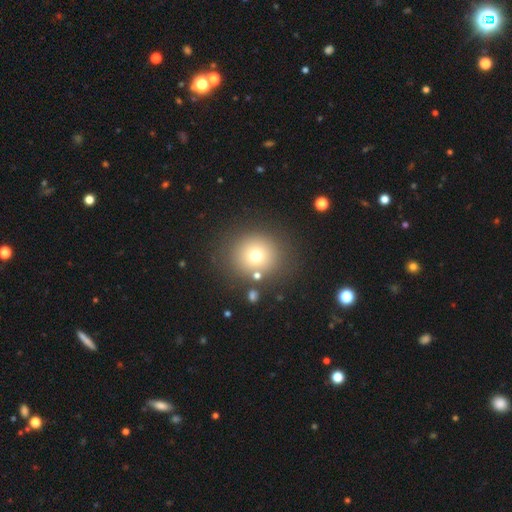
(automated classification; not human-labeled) Smooth or featured? Predicted: smooth (p=0.70). How rounded? Predicted: round (p=0.89). Merging? Predicted: none (p=0.81).